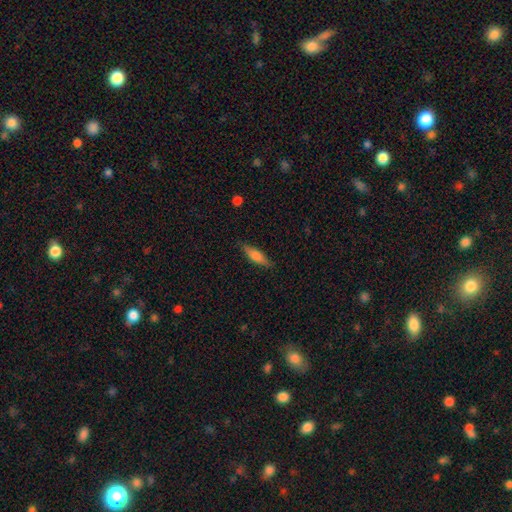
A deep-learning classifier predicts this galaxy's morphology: Smooth or featured: smooth — 70% (featured or disk — 24%)
How rounded: cigar-shaped — 57% (in between — 41%)
Merging: none — 83% (minor disturbance — 13%)